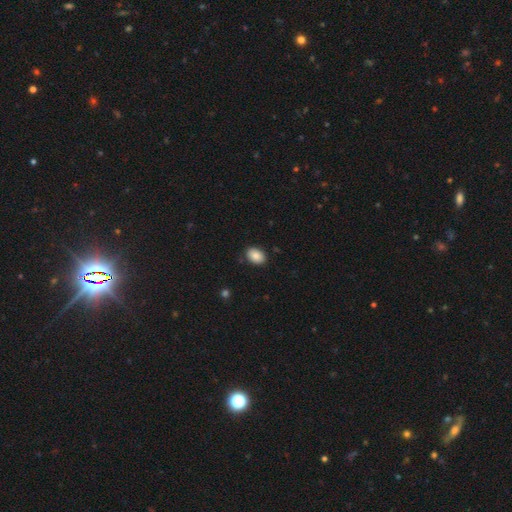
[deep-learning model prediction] smooth_or_featured: smooth (p=0.87) [alt: star or artifact p=0.08]
how_rounded: in between (p=0.80) [alt: round p=0.19]
merging: none (p=0.87) [alt: minor disturbance p=0.10]